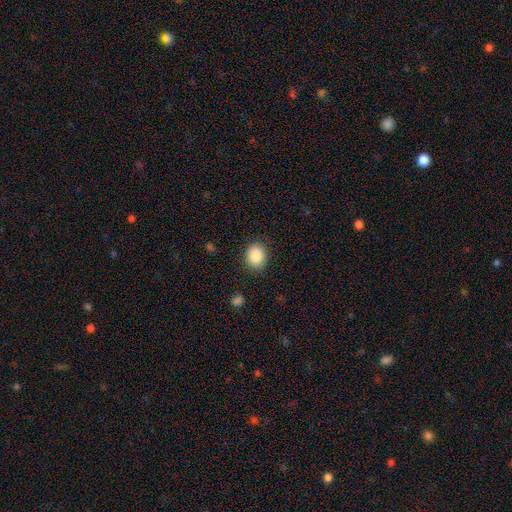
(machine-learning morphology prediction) Smooth or featured? Predicted: smooth (p=0.87). How rounded? Predicted: round (p=0.60). Merging? Predicted: none (p=0.87).